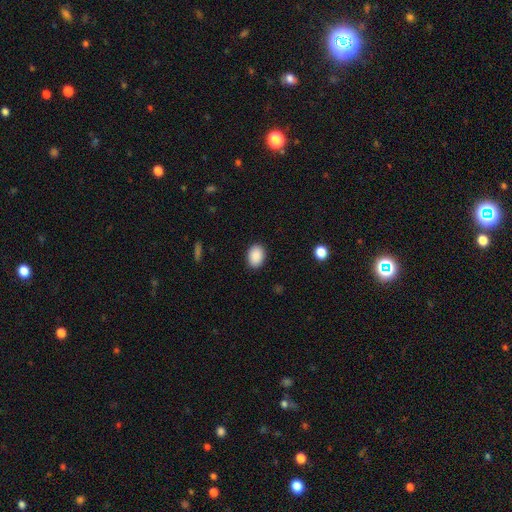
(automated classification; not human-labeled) Morphology: type=smooth (90%); roundness=in between (74%); merging=none (88%).